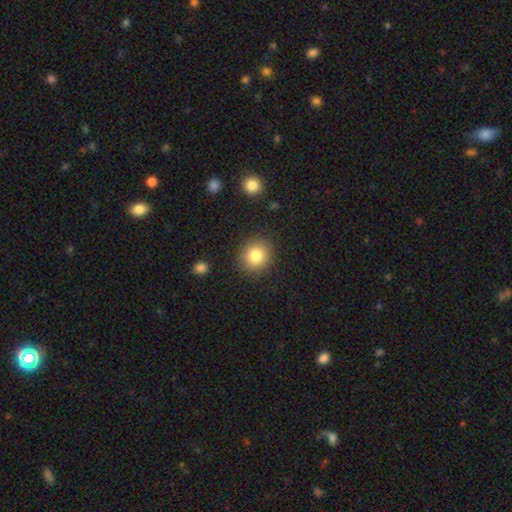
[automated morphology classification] The model was most divided on "how rounded": round: 85%, in between: 14%, cigar-shaped: 1%. More confident: merging — none (89%); smooth or featured — smooth (83%).